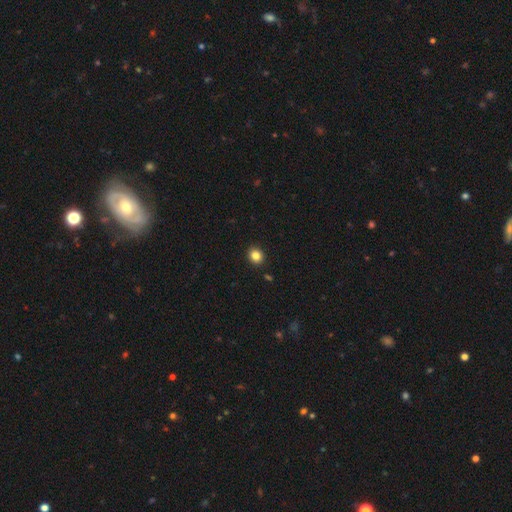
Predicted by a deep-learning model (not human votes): Smooth or featured?
  - smooth: 84% *
  - star or artifact: 11%
  - featured or disk: 5%
How rounded?
  - round: 75% *
  - in between: 24%
  - cigar-shaped: 1%
Merging?
  - none: 92% *
  - minor disturbance: 5%
  - major disturbance: 2%
  - merger: 1%